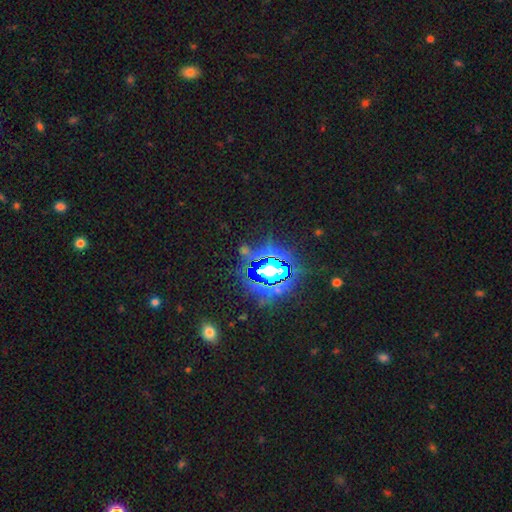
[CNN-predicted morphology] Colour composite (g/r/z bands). It shows a star or artifact, not a galaxy (84%).